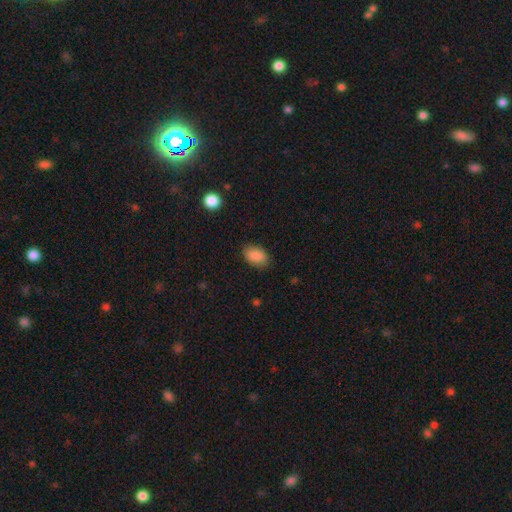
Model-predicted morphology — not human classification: smooth-or-featured: smooth: 88% | star or artifact: 7% | featured or disk: 5%
  how-rounded: in between: 90% | round: 8% | cigar-shaped: 1%
  merging: none: 85% | minor disturbance: 11% | major disturbance: 3% | merger: 1%